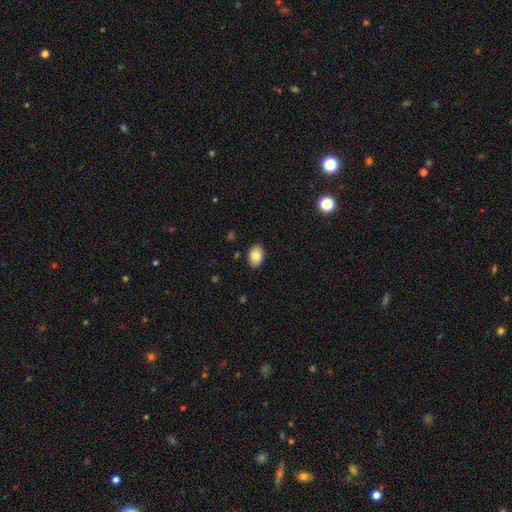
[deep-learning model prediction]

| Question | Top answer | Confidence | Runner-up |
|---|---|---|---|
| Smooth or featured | smooth | 83% | featured or disk (9%) |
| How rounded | in between | 88% | round (11%) |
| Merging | none | 88% | minor disturbance (9%) |